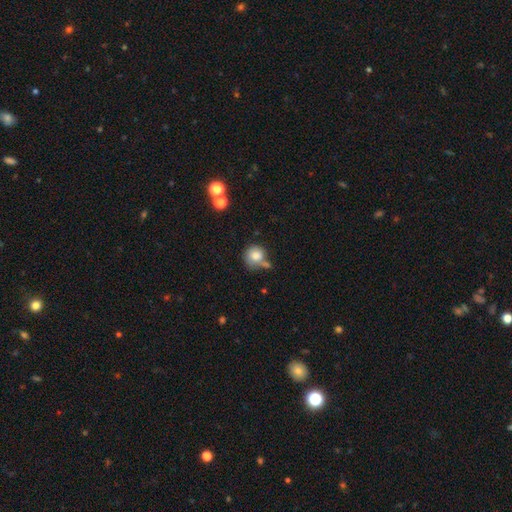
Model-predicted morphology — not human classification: smooth_or_featured: smooth (p=0.81) [alt: featured or disk p=0.10]
how_rounded: round (p=0.87) [alt: in between p=0.12]
merging: none (p=0.49) [alt: merger p=0.23]